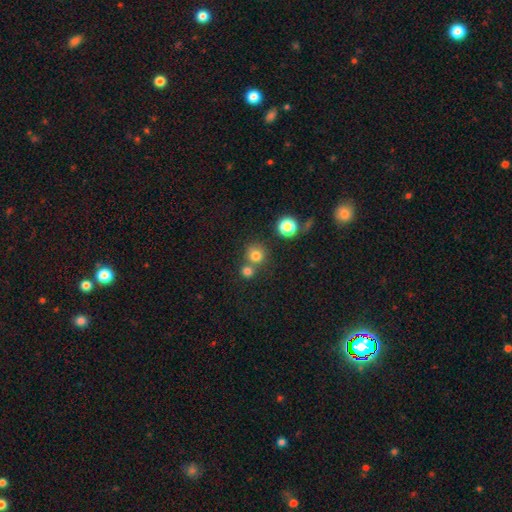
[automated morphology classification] smooth_or_featured: smooth (p=0.77) [alt: star or artifact p=0.16]
how_rounded: round (p=0.89) [alt: in between p=0.10]
merging: none (p=0.61) [alt: merger p=0.29]